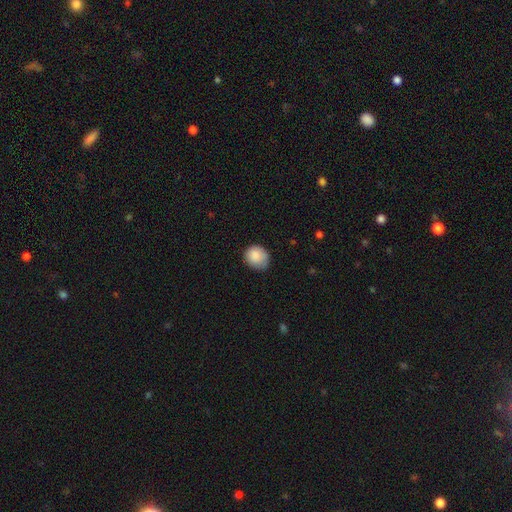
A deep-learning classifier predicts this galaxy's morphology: A smooth galaxy with no disk features (87%) that is round (73%).

Vote fractions:
- Smooth or featured? smooth: 87% / star or artifact: 8% / featured or disk: 6%
- How rounded? round: 73% / in between: 26% / cigar-shaped: 1%
- Merging? none: 67% / minor disturbance: 27% / major disturbance: 5% / merger: 2%